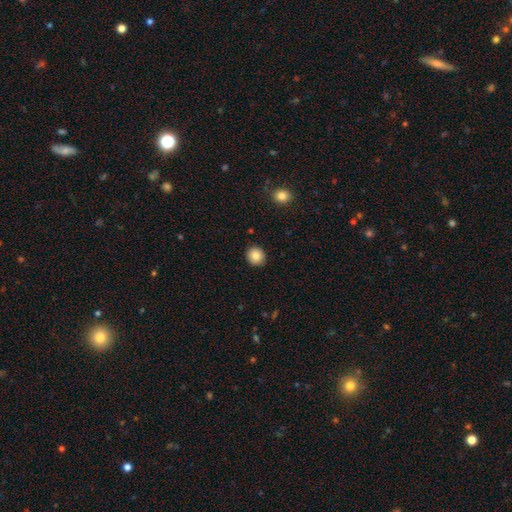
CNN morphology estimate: smooth_or_featured: smooth (p=0.85) [alt: star or artifact p=0.09]
how_rounded: round (p=0.87) [alt: in between p=0.12]
merging: none (p=0.91) [alt: minor disturbance p=0.06]